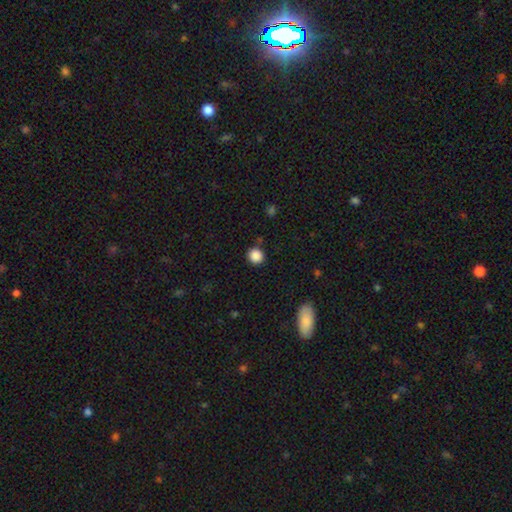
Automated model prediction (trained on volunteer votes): Smooth or featured?
  - smooth: 87% *
  - star or artifact: 10%
  - featured or disk: 3%
How rounded?
  - round: 91% *
  - in between: 8%
  - cigar-shaped: 1%
Merging?
  - none: 87% *
  - minor disturbance: 8%
  - merger: 3%
  - major disturbance: 2%